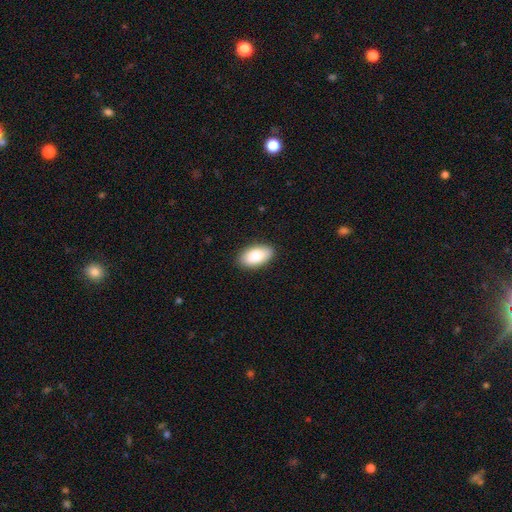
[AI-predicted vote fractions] A smooth galaxy with no disk features (85%) that is in between round and cigar-shaped (95%). Merging: none (89%).